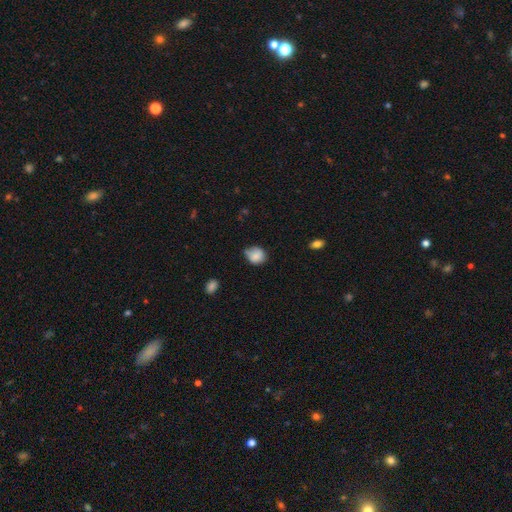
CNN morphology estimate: type=smooth (82%); roundness=round (64%); merging=none (48%).